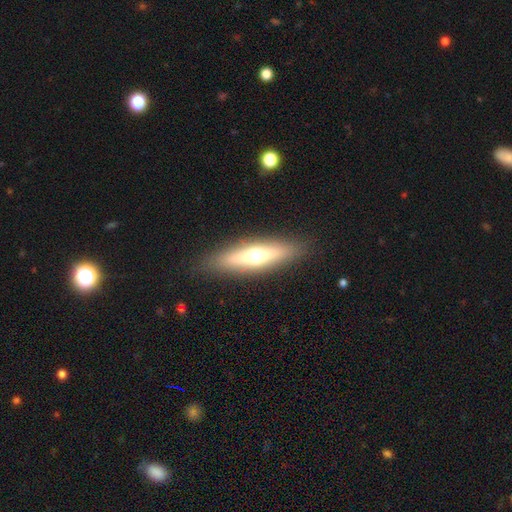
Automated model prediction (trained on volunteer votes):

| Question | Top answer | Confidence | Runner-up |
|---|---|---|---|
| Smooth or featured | featured or disk | 55% | smooth (37%) |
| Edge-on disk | yes | 88% | no (12%) |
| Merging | none | 88% | minor disturbance (8%) |